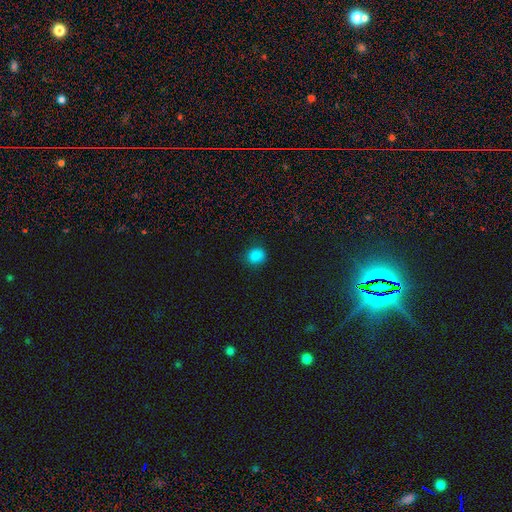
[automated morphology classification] Overall: smooth (84%). How rounded: round (76%). Merging: none (86%).